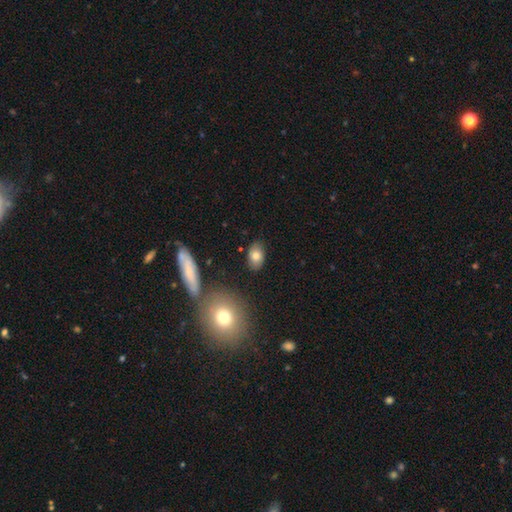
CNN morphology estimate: This is likely a smooth galaxy (78%). How rounded: clearly in between (84%). Merging: clearly none (84%).